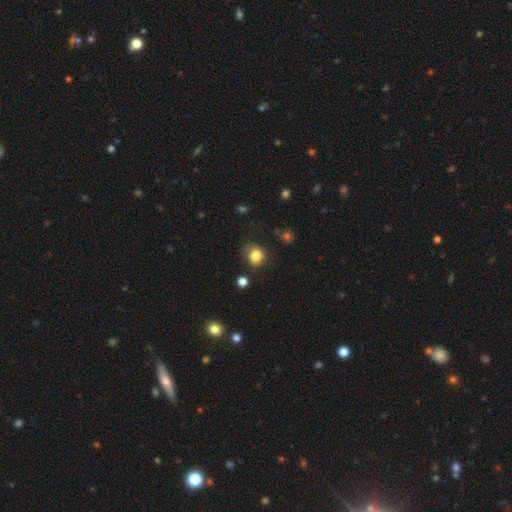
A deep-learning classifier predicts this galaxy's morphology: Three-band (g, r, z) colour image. It shows a smooth galaxy with no disk features (83%) that is round (77%). Merging: none (73%).